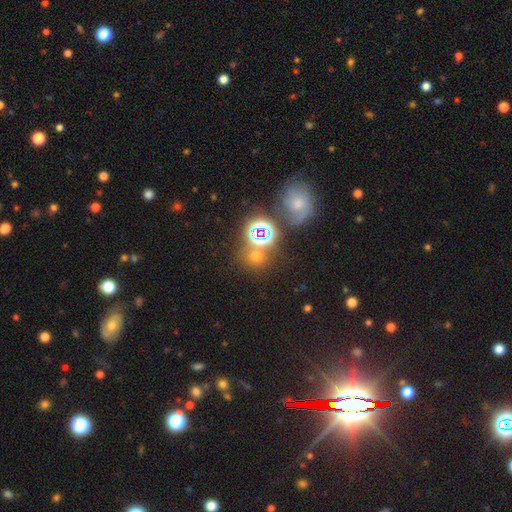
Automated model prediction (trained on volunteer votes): Smooth or featured: star or artifact — 45% (smooth — 44%)